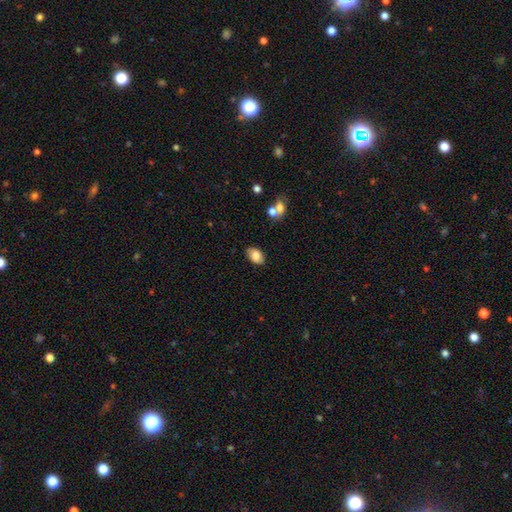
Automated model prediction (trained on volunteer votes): Morphology: type=smooth (80%); roundness=in between (90%); merging=none (81%).